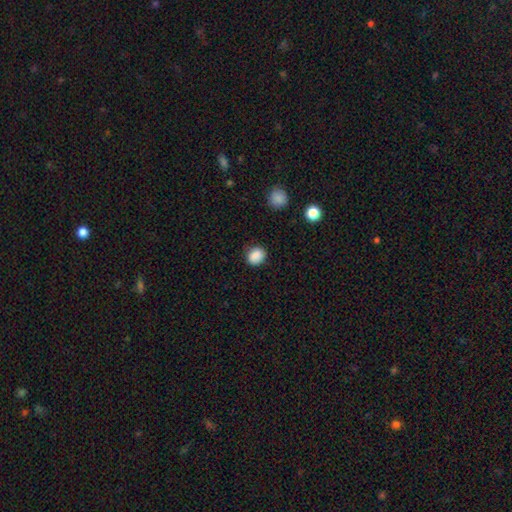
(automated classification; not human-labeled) A smooth galaxy with no disk features (87%) that is round (58%). Merging: none (80%).